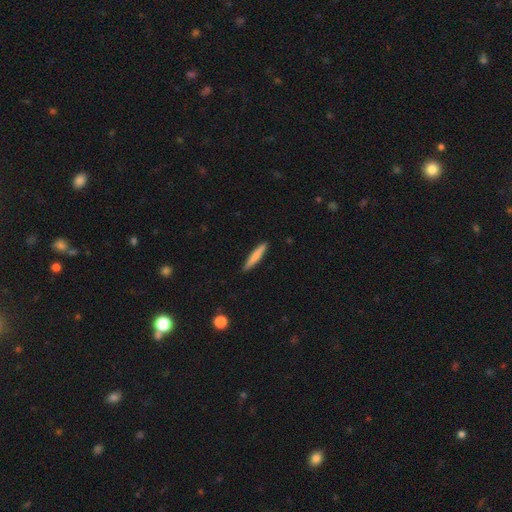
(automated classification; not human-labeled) Smooth or featured? Predicted: smooth (p=0.72). How rounded? Predicted: cigar-shaped (p=0.93). Merging? Predicted: none (p=0.90).